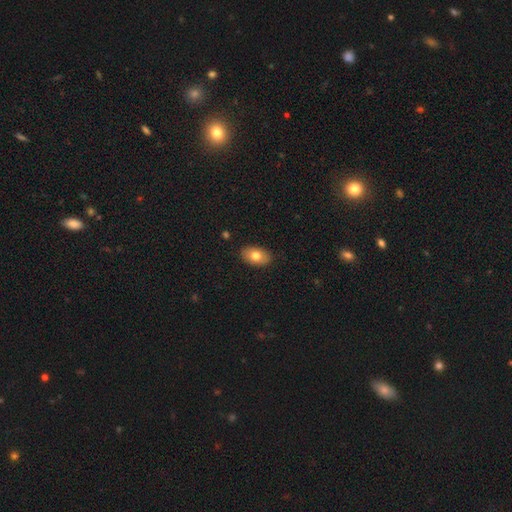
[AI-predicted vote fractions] smooth_or_featured: smooth (p=0.75) [alt: featured or disk p=0.18]
how_rounded: in between (p=0.89) [alt: round p=0.09]
merging: none (p=0.88) [alt: minor disturbance p=0.09]